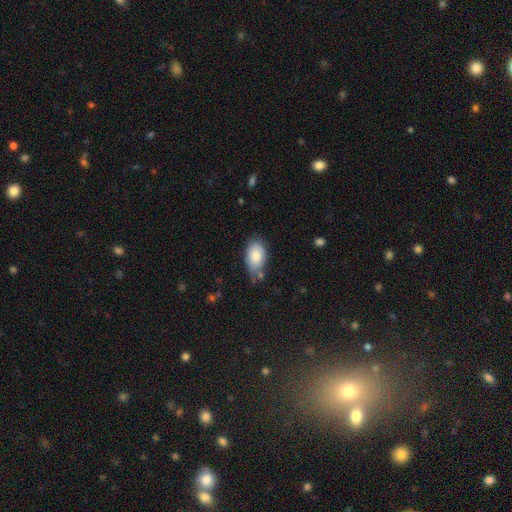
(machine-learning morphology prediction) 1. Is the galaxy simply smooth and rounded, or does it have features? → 82% smooth, 11% featured or disk, 7% star or artifact.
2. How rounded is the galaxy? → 92% in between, 7% round, 2% cigar-shaped.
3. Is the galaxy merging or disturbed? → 58% none, 30% minor disturbance, 6% major disturbance, 5% merger.